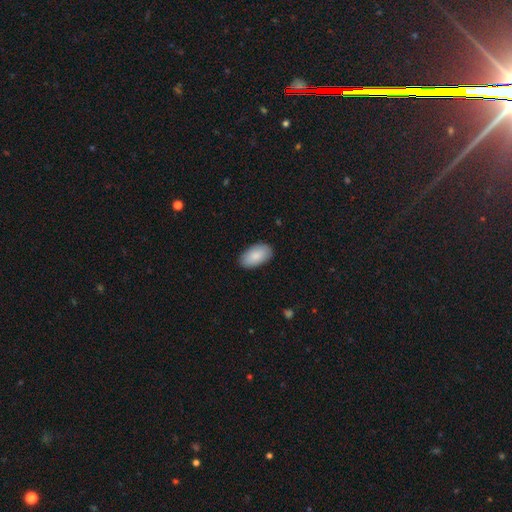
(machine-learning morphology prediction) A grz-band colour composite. It shows a smooth galaxy with no disk features (88%) that is in between round and cigar-shaped (96%). Merging: none (87%).